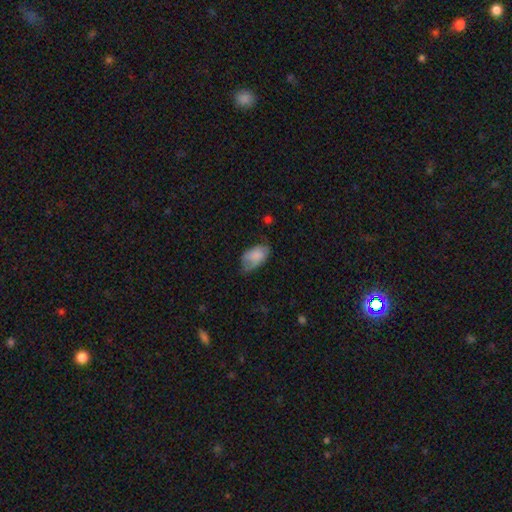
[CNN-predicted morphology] Smooth or featured?
  - smooth: 78% *
  - featured or disk: 14%
  - star or artifact: 7%
How rounded?
  - in between: 93% *
  - round: 5%
  - cigar-shaped: 2%
Merging?
  - none: 44% *
  - minor disturbance: 39%
  - major disturbance: 15%
  - merger: 2%